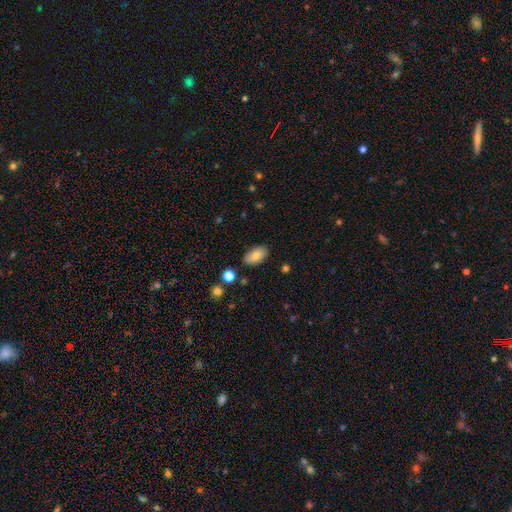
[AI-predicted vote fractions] Q: Smooth or featured?
A: smooth (80%); runner-up: featured or disk (12%)
Q: How rounded?
A: in between (93%); runner-up: round (5%)
Q: Merging?
A: none (84%); runner-up: minor disturbance (12%)